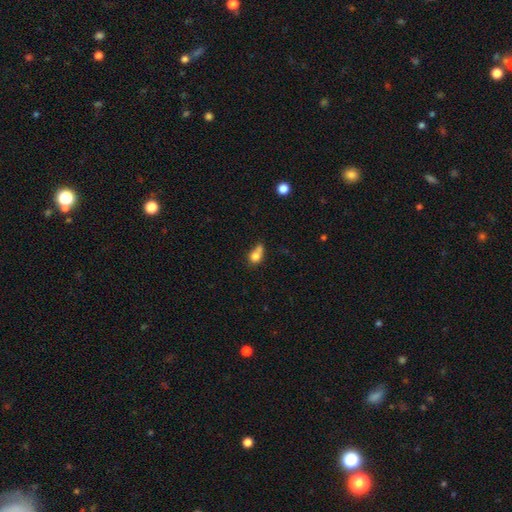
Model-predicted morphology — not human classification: type=smooth (74%); roundness=round (55%); merging=merger (46%).